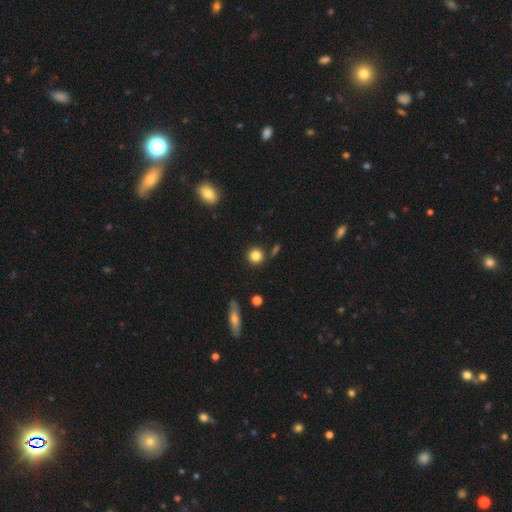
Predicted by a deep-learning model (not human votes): smooth_or_featured: smooth (p=0.83) [alt: star or artifact p=0.11]
how_rounded: round (p=0.92) [alt: in between p=0.07]
merging: none (p=0.84) [alt: minor disturbance p=0.08]